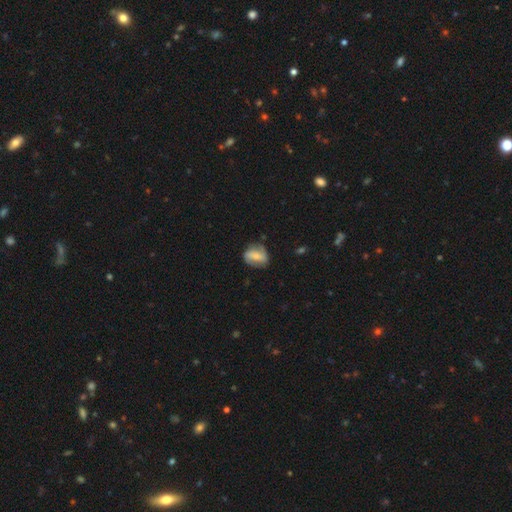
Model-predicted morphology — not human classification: This is possibly a featured or disk galaxy (56%). It is clearly not viewed edge-on (95%). Bar: marginally strong (38%). Spiral arm pattern: clearly yes (81%). Central bulge: possibly small (48%). Merging: likely none (72%).